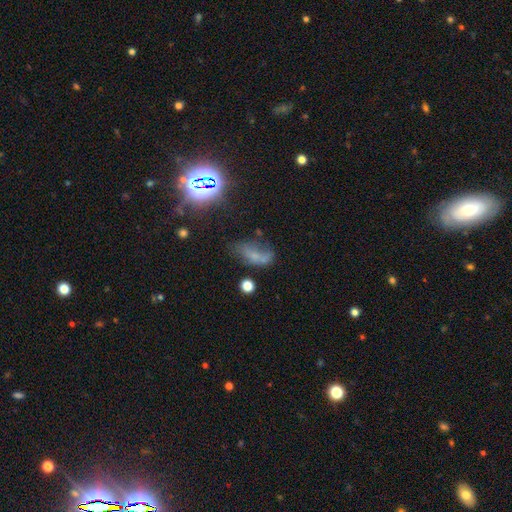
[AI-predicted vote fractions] A smooth galaxy with no disk features (47%). Merging: none (36%).